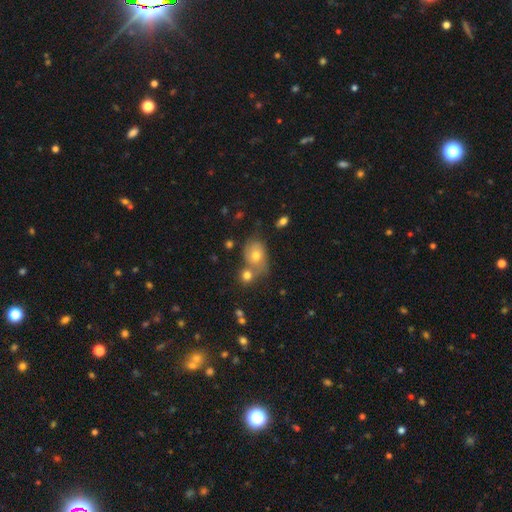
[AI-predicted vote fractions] A smooth galaxy with no disk features (53%) that is in between round and cigar-shaped (60%). Merging: none (48%).